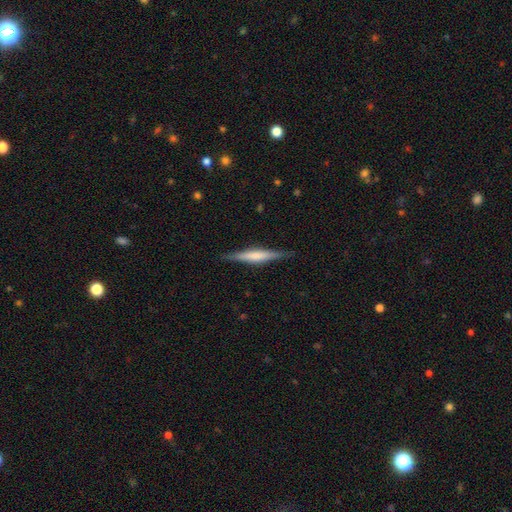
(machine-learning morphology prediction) Smooth or featured: featured or disk — 56% (smooth — 39%)
Edge-on disk: yes — 97% (no — 3%)
Edge-on bulge: rounded — 37% (none — 32%)
Merging: none — 89% (minor disturbance — 9%)